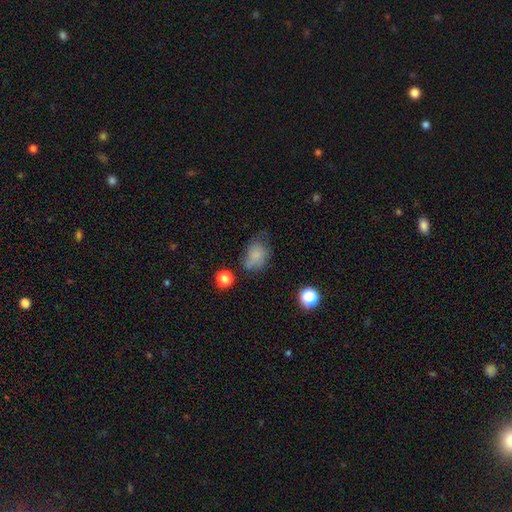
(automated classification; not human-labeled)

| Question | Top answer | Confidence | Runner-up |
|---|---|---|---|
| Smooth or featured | smooth | 74% | featured or disk (13%) |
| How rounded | in between | 65% | round (34%) |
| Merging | none | 46% | minor disturbance (31%) |